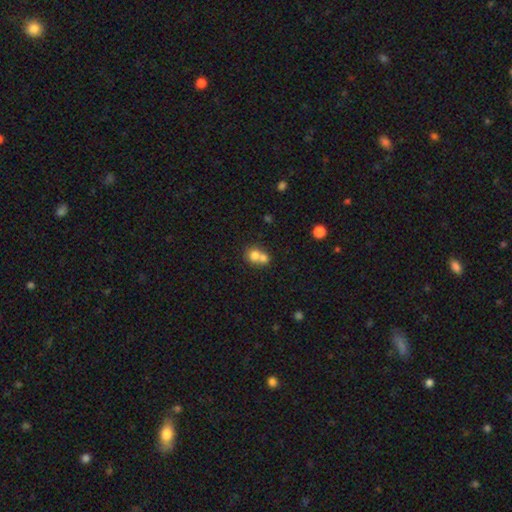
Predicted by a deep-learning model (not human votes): Q: Smooth or featured?
A: smooth (73%); runner-up: featured or disk (17%)
Q: How rounded?
A: round (77%); runner-up: in between (22%)
Q: Merging?
A: merger (63%); runner-up: none (29%)